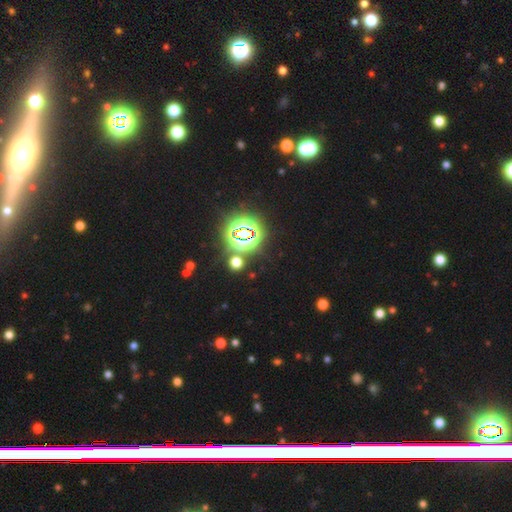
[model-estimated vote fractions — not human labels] A star or artifact, not a galaxy (68%).

Vote fractions:
- Smooth or featured? star or artifact: 68% / smooth: 20% / featured or disk: 13%